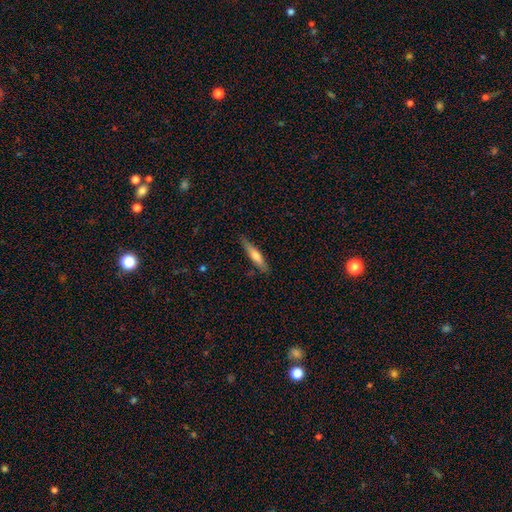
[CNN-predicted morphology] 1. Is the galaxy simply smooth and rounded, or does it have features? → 58% smooth, 36% featured or disk, 6% star or artifact.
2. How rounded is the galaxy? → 87% cigar-shaped, 12% in between, 2% round.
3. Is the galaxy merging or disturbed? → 82% none, 14% minor disturbance, 2% major disturbance, 1% merger.